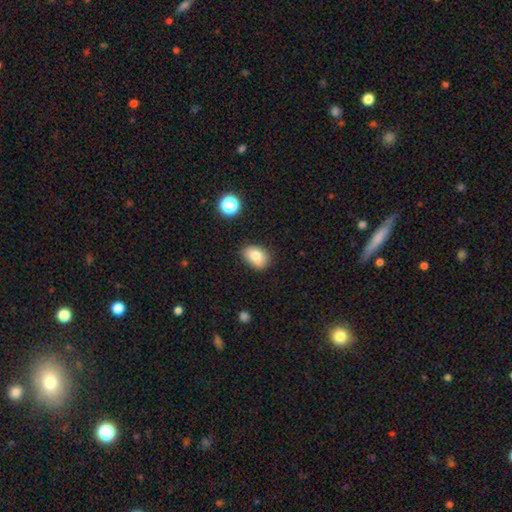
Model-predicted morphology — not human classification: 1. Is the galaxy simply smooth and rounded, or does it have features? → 81% smooth, 10% star or artifact, 9% featured or disk.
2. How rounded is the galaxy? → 80% in between, 19% round, 1% cigar-shaped.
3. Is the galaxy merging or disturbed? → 73% none, 20% minor disturbance, 4% major disturbance, 3% merger.